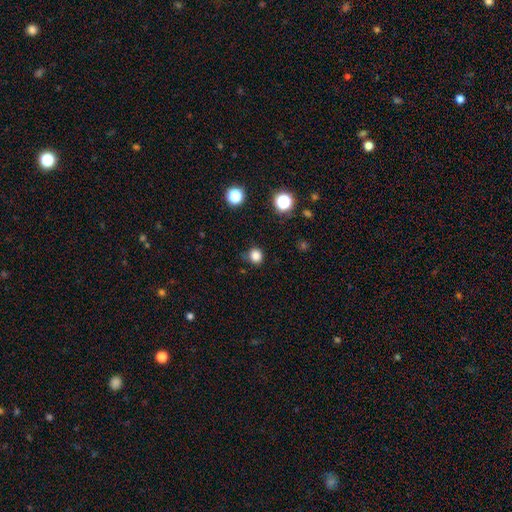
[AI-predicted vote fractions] Morphology: type=smooth (83%); roundness=round (86%); merging=none (80%).